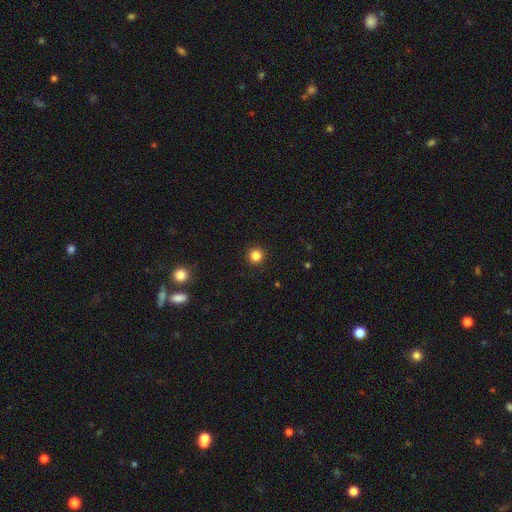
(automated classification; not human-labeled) This is clearly a smooth galaxy (84%). How rounded: clearly round (95%). Merging: clearly none (92%).